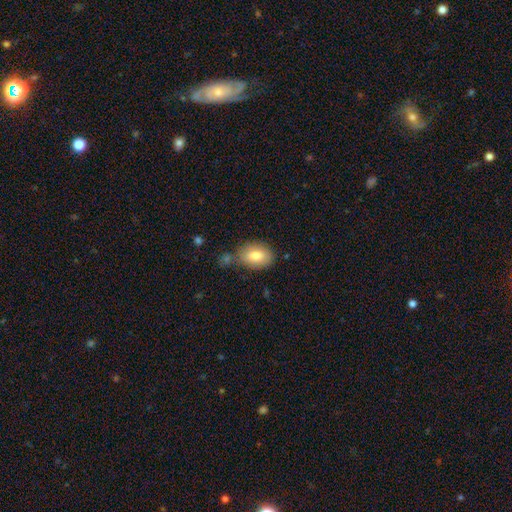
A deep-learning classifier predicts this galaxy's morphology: A smooth galaxy with no disk features (79%) that is in between round and cigar-shaped (82%). Merging: none (68%).